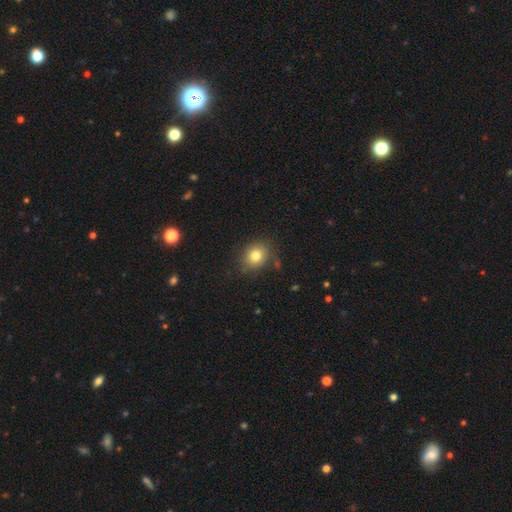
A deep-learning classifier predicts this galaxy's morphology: Smooth or featured? smooth (80%)
How rounded? round (64%)
Merging? none (81%)